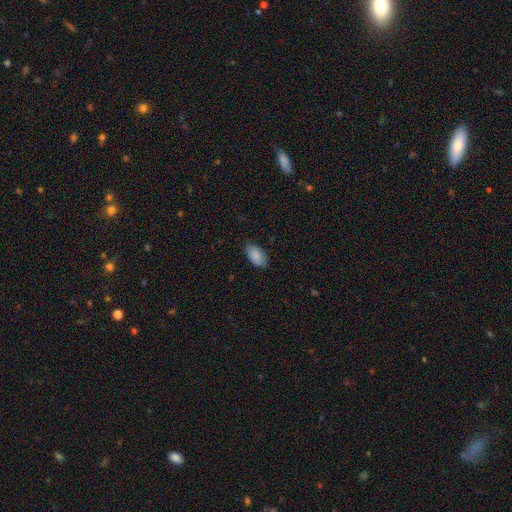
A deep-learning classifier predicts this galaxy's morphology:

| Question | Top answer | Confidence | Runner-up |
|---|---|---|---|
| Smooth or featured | smooth | 88% | star or artifact (6%) |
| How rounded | in between | 94% | round (3%) |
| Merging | none | 81% | minor disturbance (15%) |